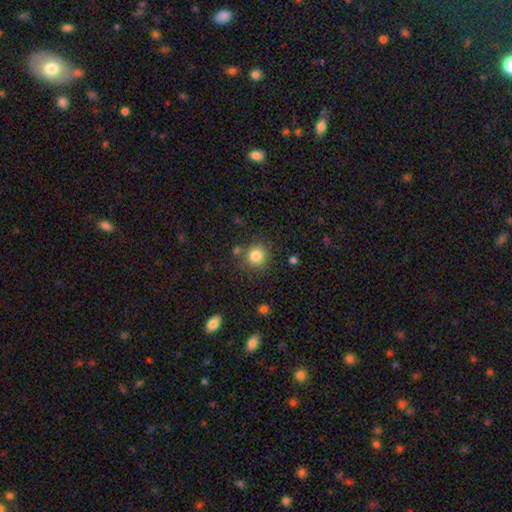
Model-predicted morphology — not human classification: Smooth or featured?
  - smooth: 84% *
  - star or artifact: 11%
  - featured or disk: 5%
How rounded?
  - round: 90% *
  - in between: 9%
  - cigar-shaped: 1%
Merging?
  - none: 80% *
  - minor disturbance: 10%
  - merger: 7%
  - major disturbance: 3%